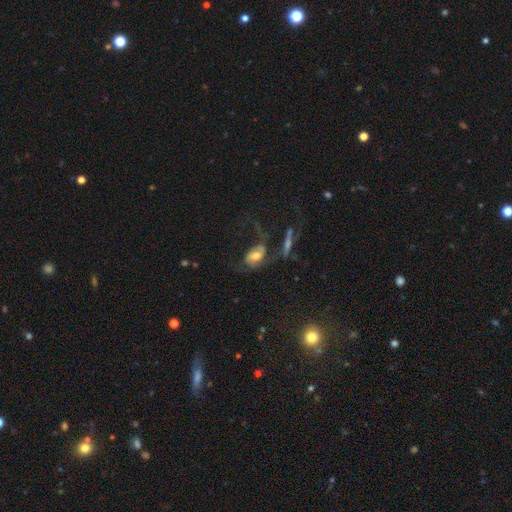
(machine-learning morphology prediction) type=featured or disk (56%); edge-on=no (91%); bar=no (55%); spiral arms=yes (72%); bulge=moderate (54%); merging=major disturbance (39%).